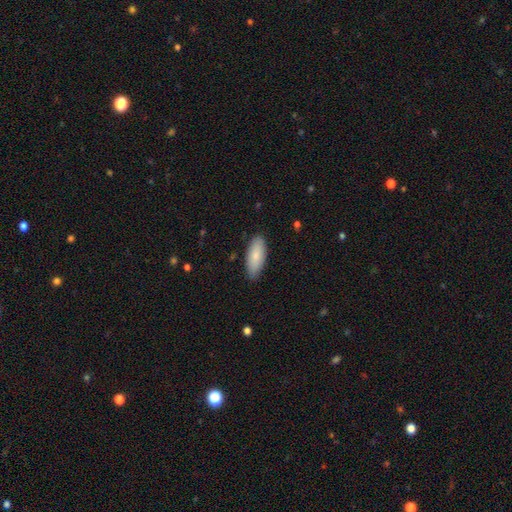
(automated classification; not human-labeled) Smooth or featured: smooth — 84% (featured or disk — 10%)
How rounded: in between — 83% (cigar-shaped — 16%)
Merging: none — 85% (minor disturbance — 12%)